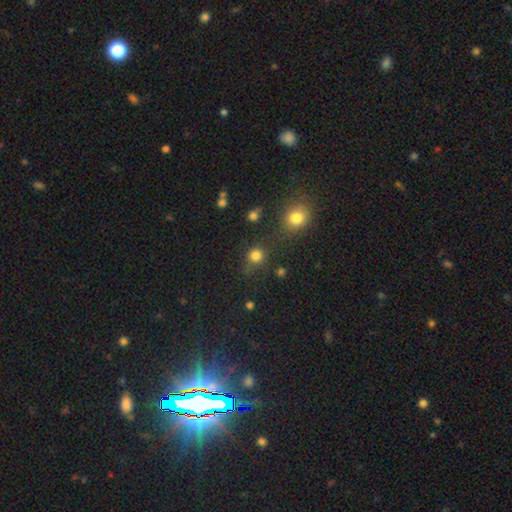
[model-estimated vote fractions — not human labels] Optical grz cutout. It shows a smooth galaxy with no disk features (80%) that is round (90%). Merging: none (77%).